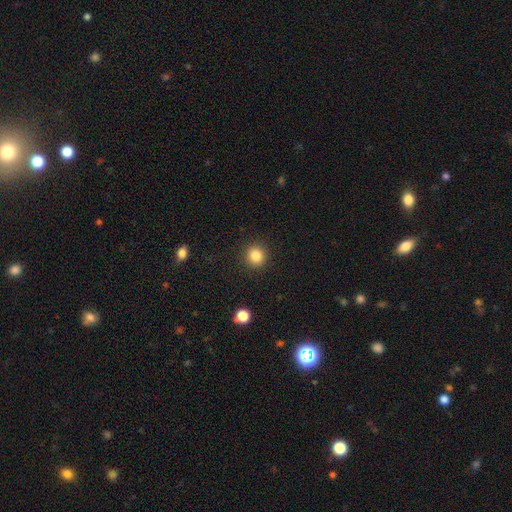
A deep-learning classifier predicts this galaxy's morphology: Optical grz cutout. It shows a smooth galaxy with no disk features (84%) that is round (91%). Merging: none (92%).